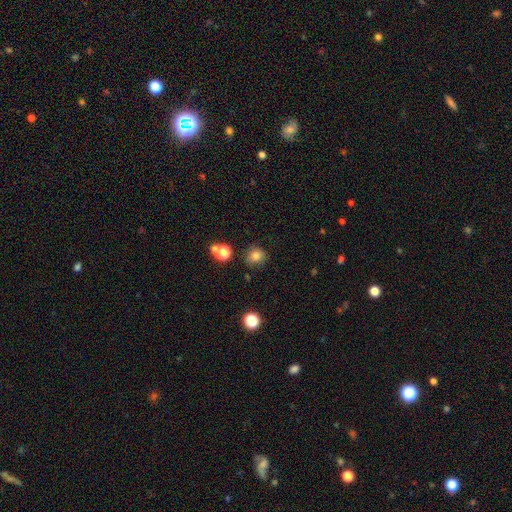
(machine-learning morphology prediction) A smooth galaxy with no disk features (80%) that is round (76%). Merging: none (75%).